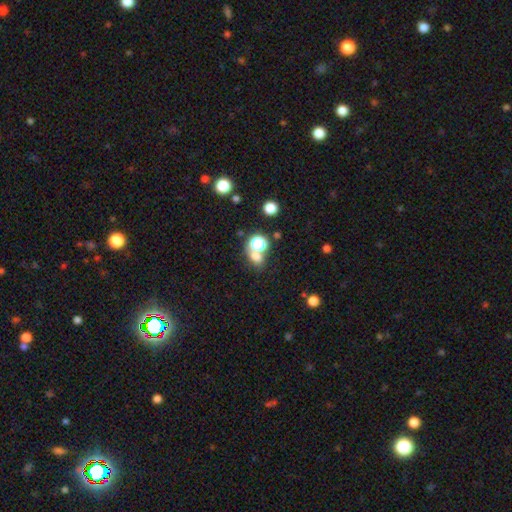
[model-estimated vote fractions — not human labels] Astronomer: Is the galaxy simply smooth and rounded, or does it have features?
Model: smooth — 63%.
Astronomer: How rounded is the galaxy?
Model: round — 60% (runner-up: in between, 39%).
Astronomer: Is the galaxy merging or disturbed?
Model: none — 49% (runner-up: merger, 37%).